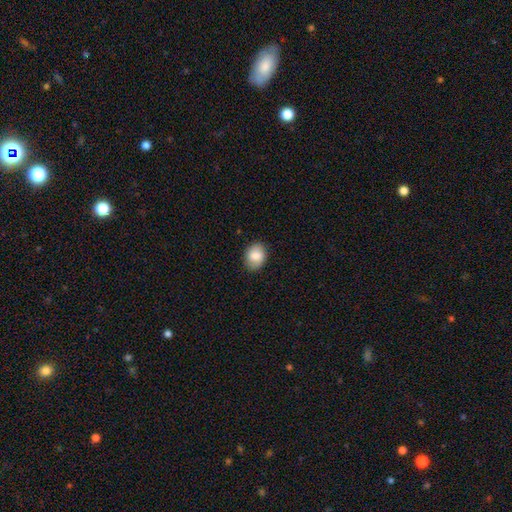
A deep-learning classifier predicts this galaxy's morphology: smooth_or_featured: smooth (p=0.81) [alt: featured or disk p=0.12]
how_rounded: in between (p=0.58) [alt: round p=0.41]
merging: none (p=0.85) [alt: minor disturbance p=0.12]